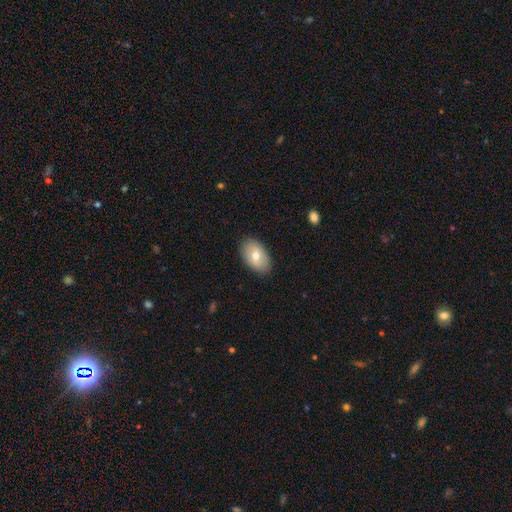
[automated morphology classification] A smooth galaxy with no disk features (67%) that is in between round and cigar-shaped (91%). Merging: none (86%).